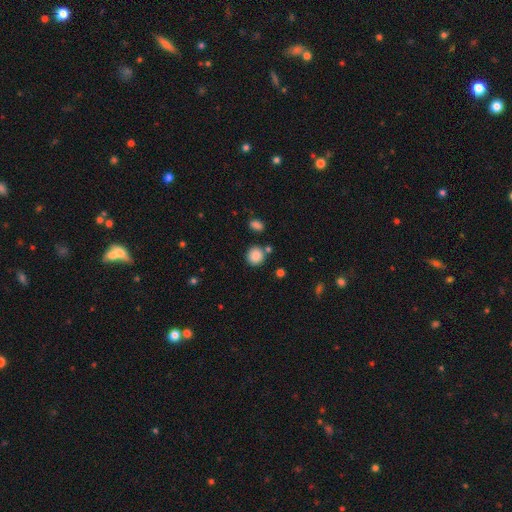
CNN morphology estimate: Q: Smooth or featured?
A: smooth (86%); runner-up: star or artifact (9%)
Q: How rounded?
A: round (87%); runner-up: in between (12%)
Q: Merging?
A: none (80%); runner-up: minor disturbance (9%)